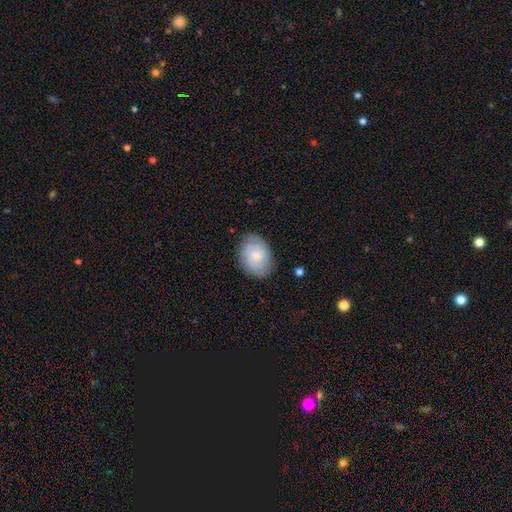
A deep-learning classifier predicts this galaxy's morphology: This appears to be a featured or disk galaxy (62%) with no bar (63%), 2 (50%) tight (61%) spiral arms (91%) and a small central bulge (59%). Merging: none (81%).